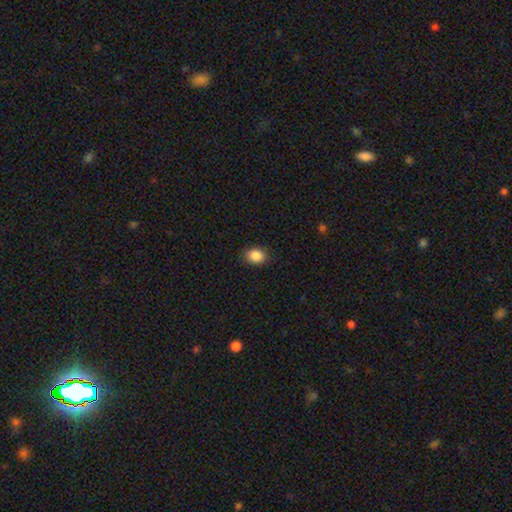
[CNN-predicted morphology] The model was most divided on "how rounded": in between: 60%, round: 39%, cigar-shaped: 1%. More confident: smooth or featured — smooth (88%); merging — none (87%).